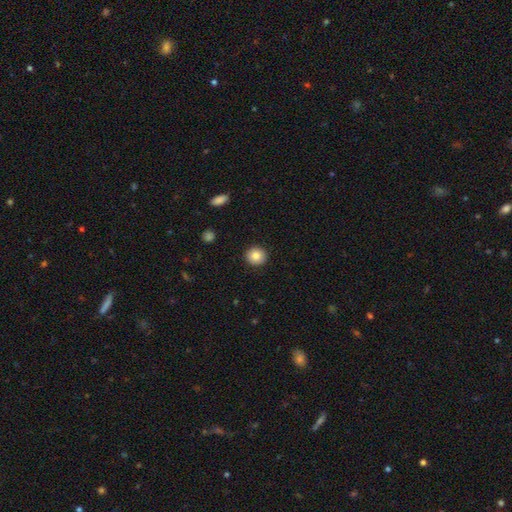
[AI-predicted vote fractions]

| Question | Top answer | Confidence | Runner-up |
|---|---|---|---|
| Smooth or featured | smooth | 84% | star or artifact (9%) |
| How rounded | round | 90% | in between (9%) |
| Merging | none | 92% | minor disturbance (5%) |